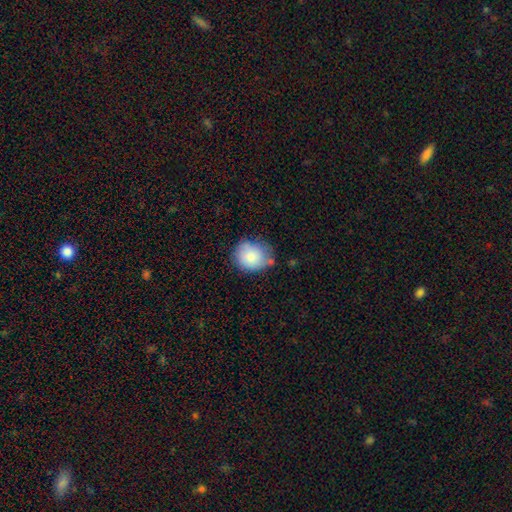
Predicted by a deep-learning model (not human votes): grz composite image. It shows a smooth galaxy with no disk features (83%) that is round (71%). Merging: none (55%).